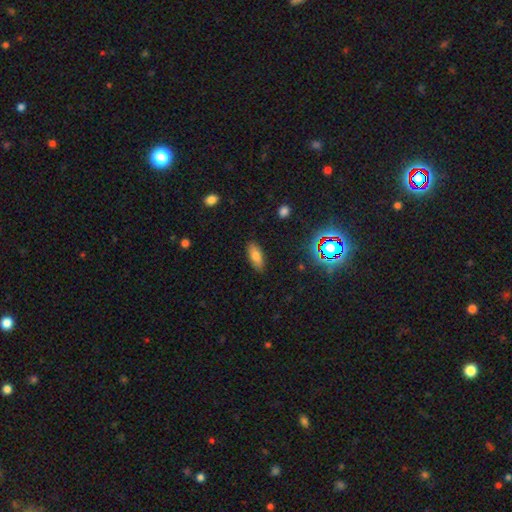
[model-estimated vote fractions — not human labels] This is likely a smooth galaxy (75%). How rounded: likely in between (78%). Merging: clearly none (87%).